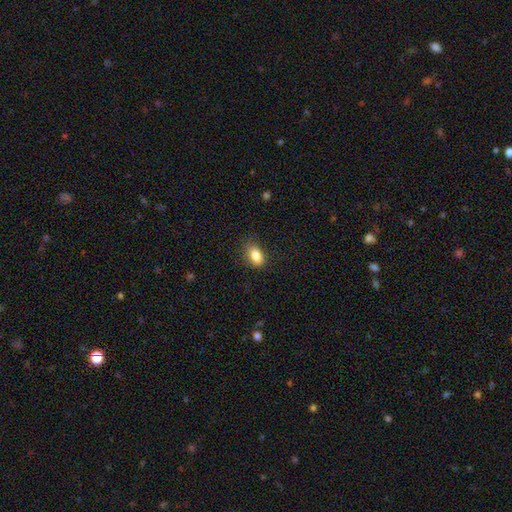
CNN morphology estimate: Smooth or featured? smooth (85%)
How rounded? in between (86%)
Merging? none (77%)